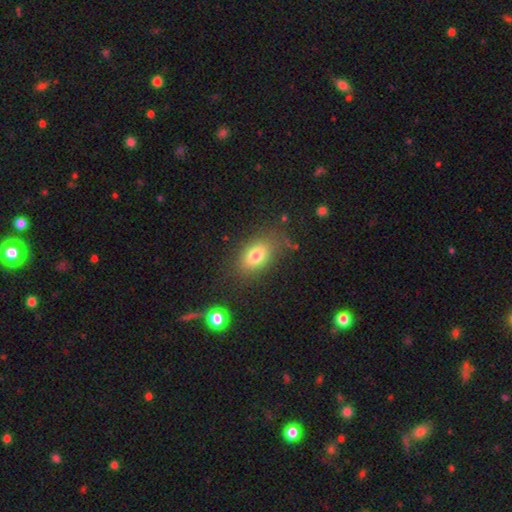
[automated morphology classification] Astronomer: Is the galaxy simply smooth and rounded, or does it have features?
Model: smooth — 78%.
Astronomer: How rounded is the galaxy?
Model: in between — 84%.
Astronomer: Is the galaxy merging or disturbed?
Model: none — 77%.